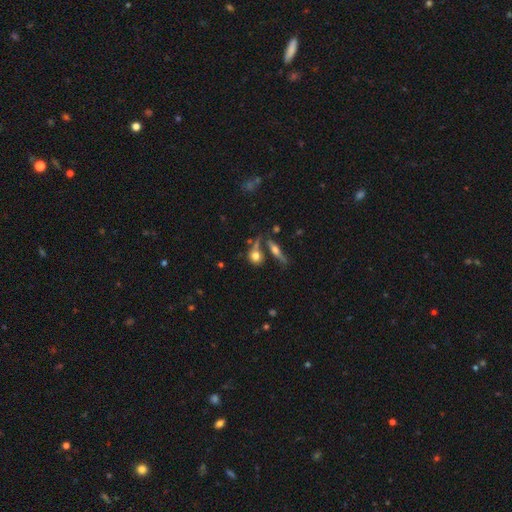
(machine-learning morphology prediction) A smooth galaxy with no disk features (65%) that is round (69%).

Vote fractions:
- Smooth or featured? smooth: 65% / featured or disk: 24% / star or artifact: 11%
- How rounded? round: 69% / in between: 23% / cigar-shaped: 8%
- Merging? none: 58% / merger: 22% / minor disturbance: 13% / major disturbance: 7%